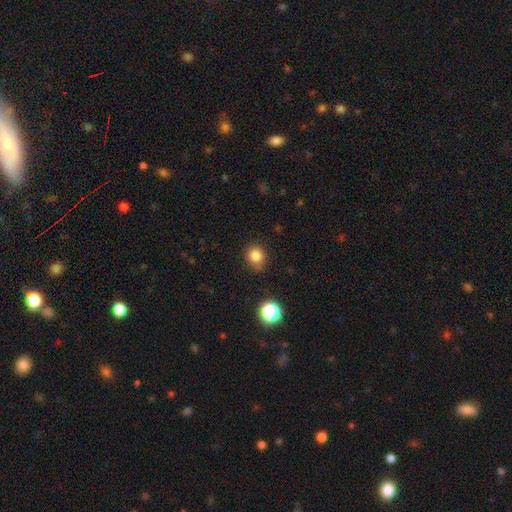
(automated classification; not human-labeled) A smooth galaxy with no disk features (82%) that is round (77%). Merging: none (79%).